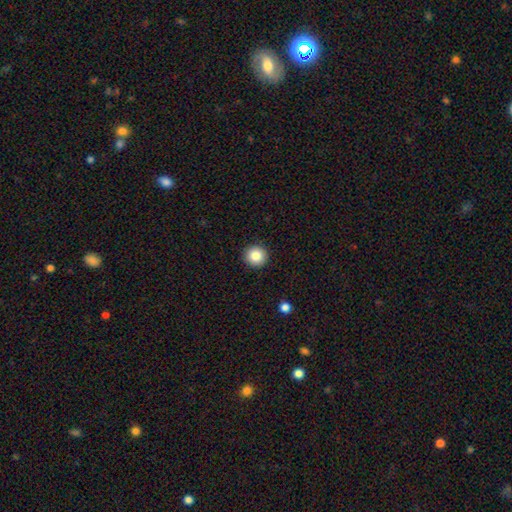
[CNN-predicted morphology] A smooth galaxy with no disk features (85%) that is round (95%).

Vote fractions:
- Smooth or featured? smooth: 85% / star or artifact: 9% / featured or disk: 6%
- How rounded? round: 95% / in between: 4% / cigar-shaped: 1%
- Merging? none: 93% / minor disturbance: 5% / major disturbance: 2% / merger: 1%